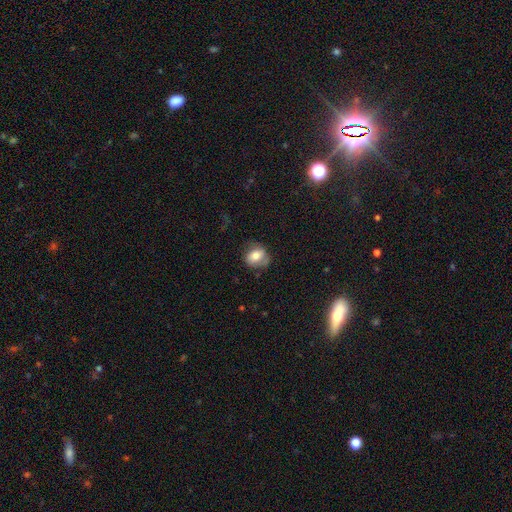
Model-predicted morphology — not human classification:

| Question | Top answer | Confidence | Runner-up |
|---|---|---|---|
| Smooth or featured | smooth | 72% | featured or disk (20%) |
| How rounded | round | 54% | in between (45%) |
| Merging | none | 61% | minor disturbance (26%) |